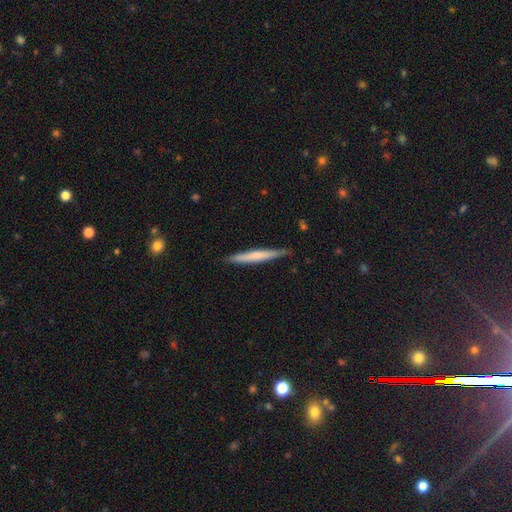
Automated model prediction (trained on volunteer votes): A smooth galaxy with no disk features (56%) that is cigar-shaped (96%). Merging: none (87%).